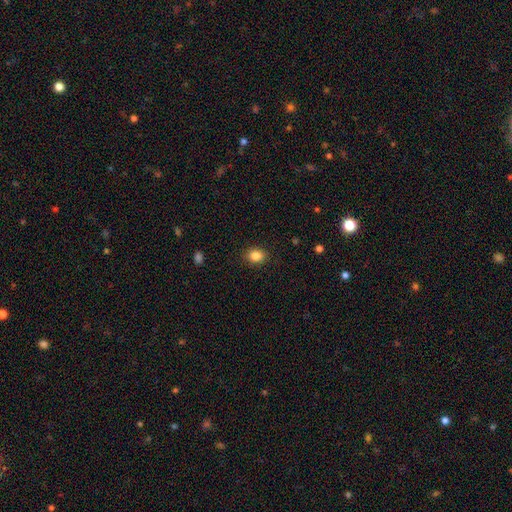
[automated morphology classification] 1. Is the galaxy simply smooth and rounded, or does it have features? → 86% smooth, 10% star or artifact, 4% featured or disk.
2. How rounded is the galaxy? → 55% in between, 44% round, 1% cigar-shaped.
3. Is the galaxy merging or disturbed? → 88% none, 8% minor disturbance, 2% major disturbance, 1% merger.